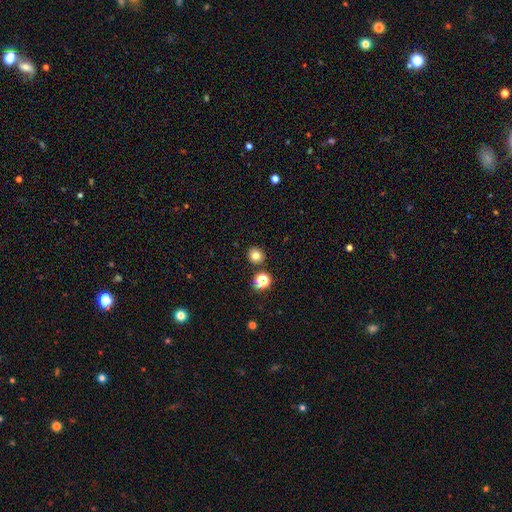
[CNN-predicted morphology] A smooth galaxy with no disk features (76%) that is round (88%). Merging: none (86%).